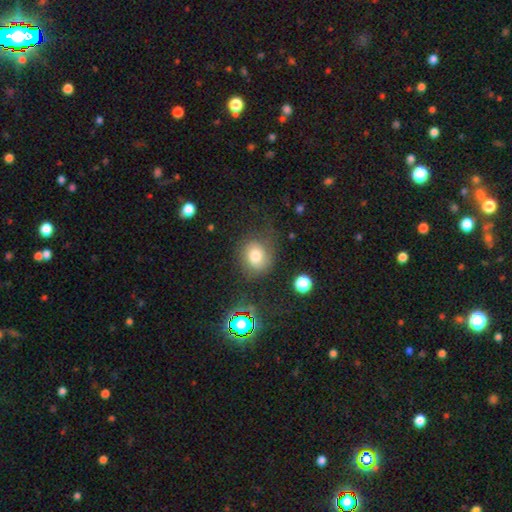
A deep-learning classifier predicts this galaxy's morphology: Smooth or featured: smooth — 70% (featured or disk — 17%)
How rounded: round — 70% (in between — 29%)
Merging: none — 63% (minor disturbance — 19%)